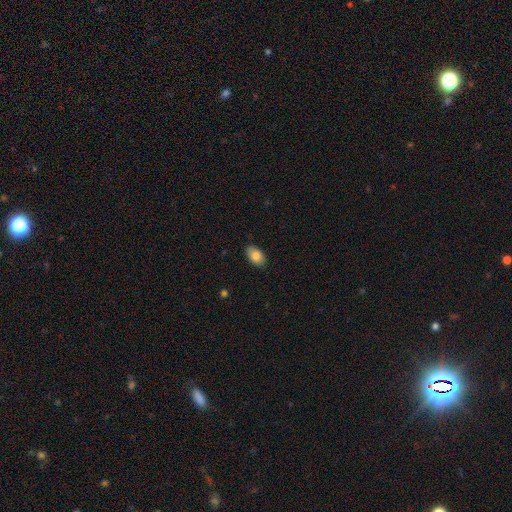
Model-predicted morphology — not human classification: Smooth or featured? Predicted: smooth (p=0.85). How rounded? Predicted: in between (p=0.91). Merging? Predicted: none (p=0.86).